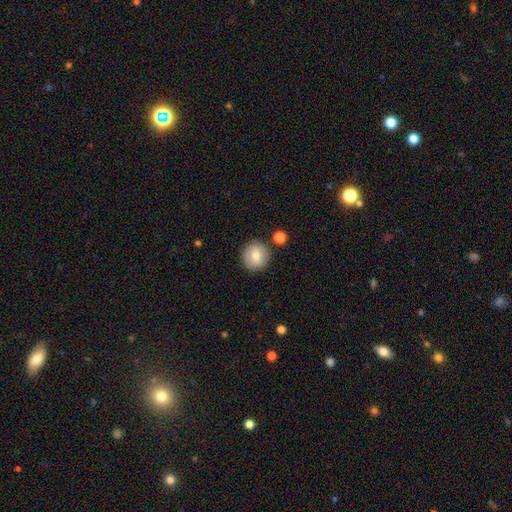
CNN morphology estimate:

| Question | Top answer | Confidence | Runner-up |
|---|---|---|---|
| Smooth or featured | smooth | 77% | featured or disk (14%) |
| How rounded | round | 92% | in between (7%) |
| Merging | none | 85% | minor disturbance (9%) |